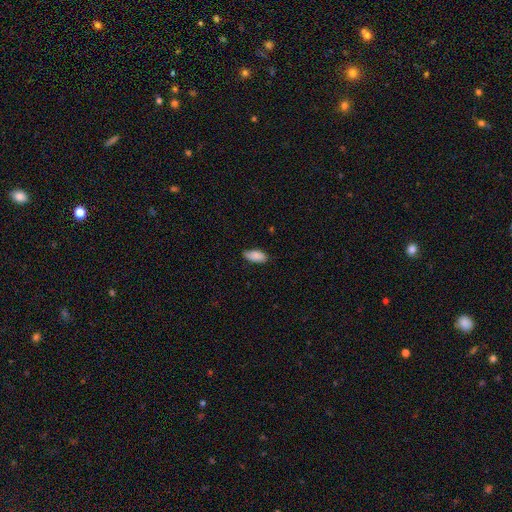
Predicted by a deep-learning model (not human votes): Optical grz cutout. It shows a smooth galaxy with no disk features (87%) that is in between round and cigar-shaped (91%). Merging: none (75%).